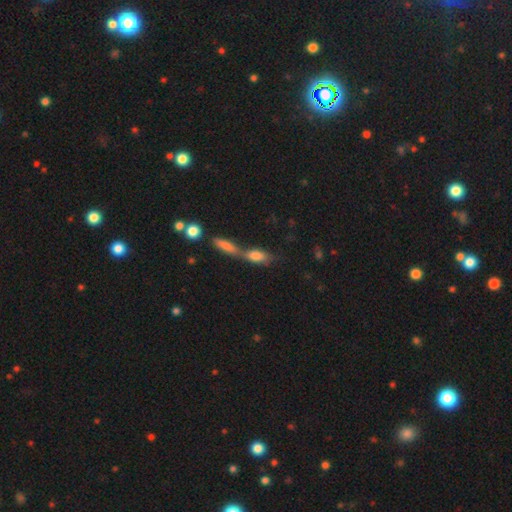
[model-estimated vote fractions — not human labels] Morphology: type=smooth (73%); roundness=in between (73%); merging=merger (64%).